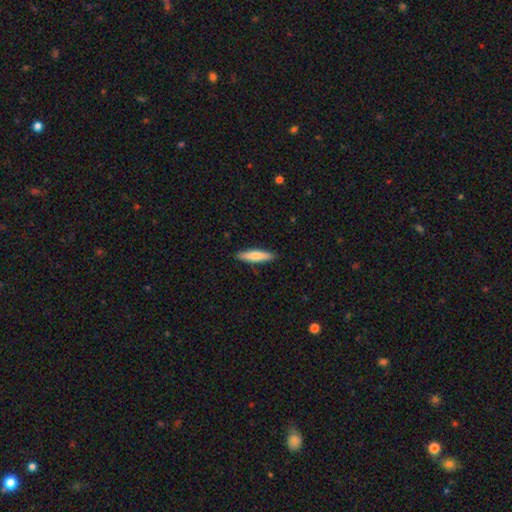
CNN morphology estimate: Smooth or featured?
  - smooth: 75% *
  - featured or disk: 20%
  - star or artifact: 5%
How rounded?
  - cigar-shaped: 77% *
  - in between: 22%
  - round: 2%
Merging?
  - none: 90% *
  - minor disturbance: 8%
  - major disturbance: 2%
  - merger: 1%